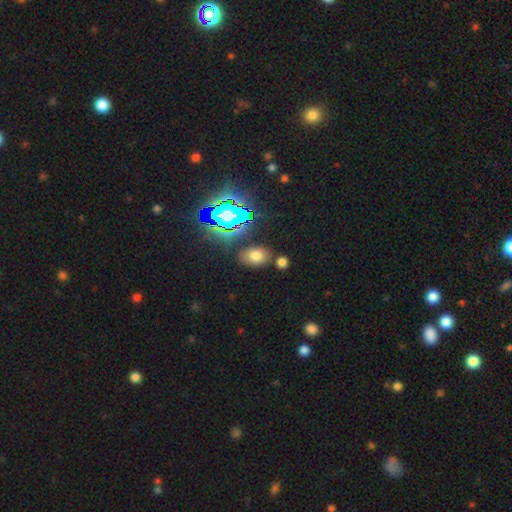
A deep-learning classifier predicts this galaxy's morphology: smooth-or-featured: smooth: 64% | star or artifact: 25% | featured or disk: 11%
  how-rounded: in between: 83% | round: 15% | cigar-shaped: 2%
  merging: none: 77% | minor disturbance: 11% | merger: 7% | major disturbance: 4%